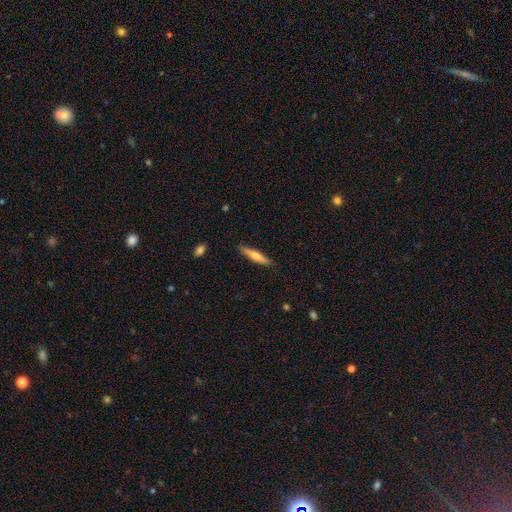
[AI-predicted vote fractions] The model was most divided on "smooth or featured": smooth: 53%, featured or disk: 41%, star or artifact: 6%. More confident: merging — none (87%); how rounded — cigar-shaped (87%).